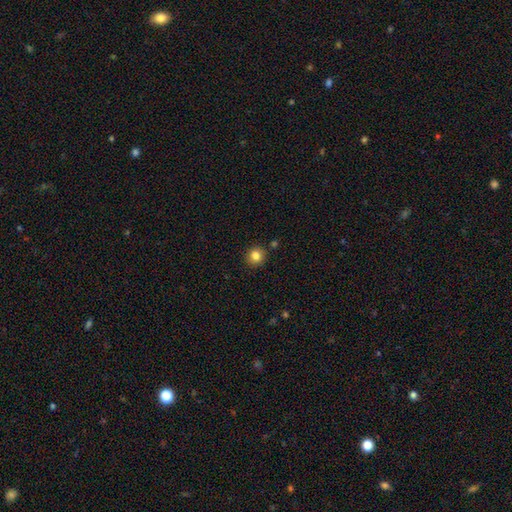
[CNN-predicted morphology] The model was most divided on "smooth or featured": smooth: 82%, star or artifact: 12%, featured or disk: 6%. More confident: how rounded — round (92%); merging — none (89%).